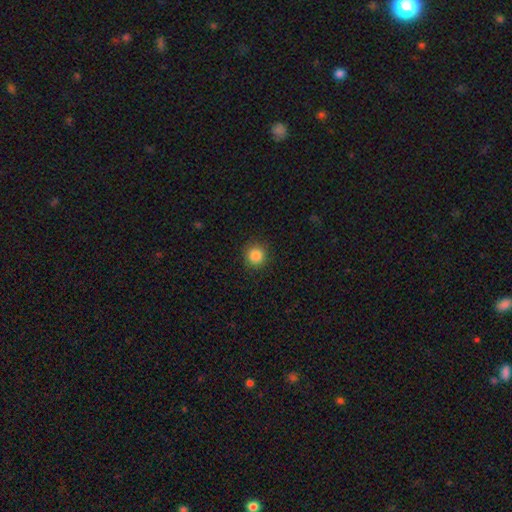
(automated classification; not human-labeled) smooth_or_featured: smooth (p=0.86) [alt: star or artifact p=0.10]
how_rounded: round (p=0.94) [alt: in between p=0.05]
merging: none (p=0.91) [alt: minor disturbance p=0.06]